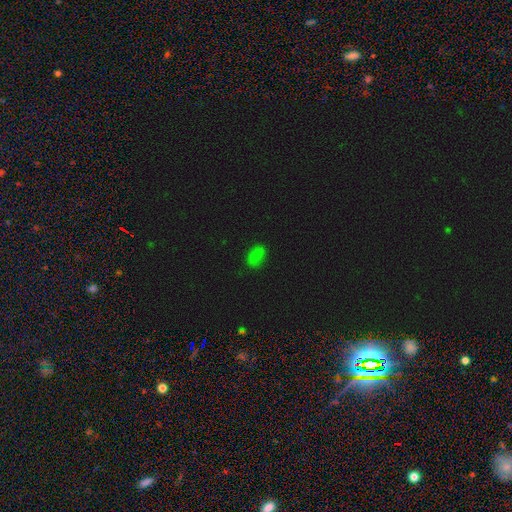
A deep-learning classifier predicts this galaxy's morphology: smooth_or_featured: smooth (p=0.78) [alt: star or artifact p=0.16]
how_rounded: in between (p=0.89) [alt: round p=0.08]
merging: none (p=0.79) [alt: minor disturbance p=0.16]